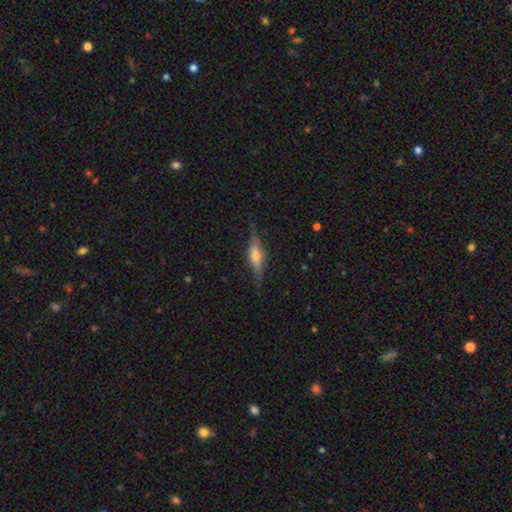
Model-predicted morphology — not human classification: The model was most divided on "smooth or featured": featured or disk: 66%, smooth: 27%, star or artifact: 7%. More confident: edge-on disk — yes (94%); merging — none (81%); edge-on bulge — rounded (79%).